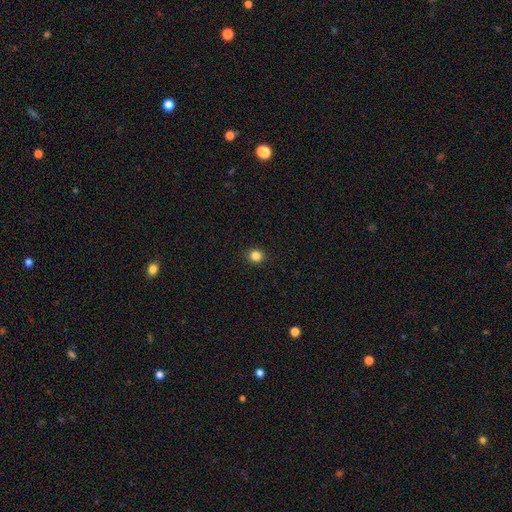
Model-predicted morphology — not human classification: This is clearly a smooth galaxy (85%). How rounded: clearly round (89%). Merging: clearly none (92%).